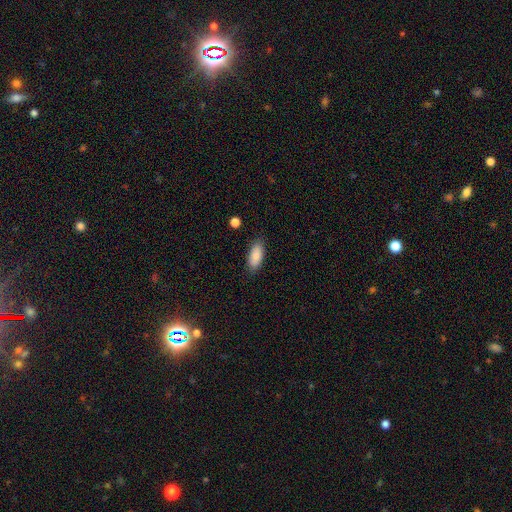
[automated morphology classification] Smooth or featured: smooth — 85% (featured or disk — 8%)
How rounded: in between — 85% (cigar-shaped — 13%)
Merging: none — 85% (minor disturbance — 11%)